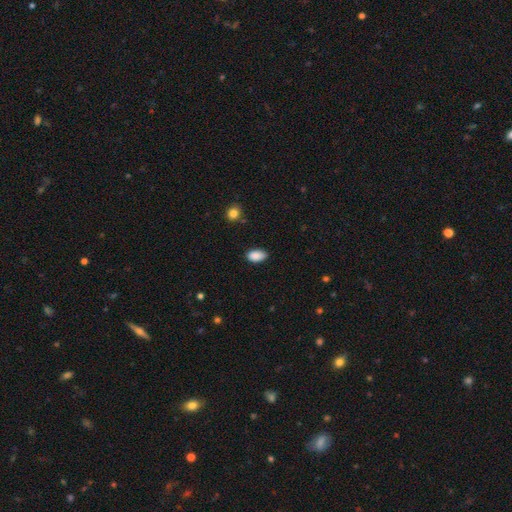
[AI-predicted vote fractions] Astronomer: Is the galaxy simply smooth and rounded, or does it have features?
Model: smooth — 89%.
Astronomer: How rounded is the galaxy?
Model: in between — 93%.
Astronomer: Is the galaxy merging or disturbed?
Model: none — 82%.